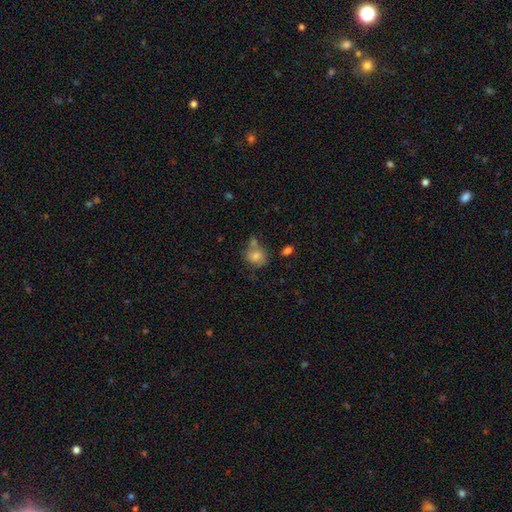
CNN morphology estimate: smooth 71%, featured or disk 17%, star or artifact 13%. Down the decision tree: how rounded — round (65%); merging — none (53%).